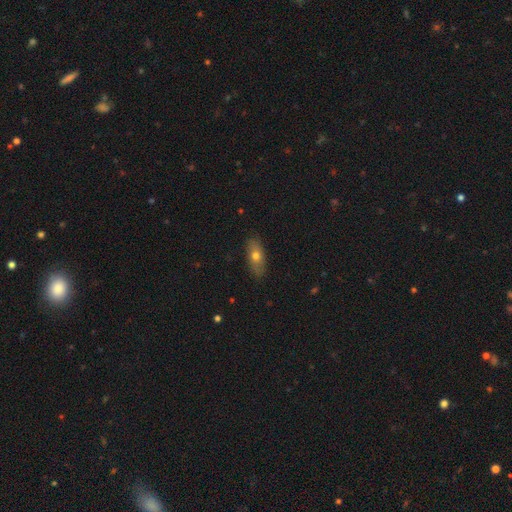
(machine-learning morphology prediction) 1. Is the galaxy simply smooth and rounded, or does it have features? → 66% smooth, 27% featured or disk, 7% star or artifact.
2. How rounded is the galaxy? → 79% in between, 16% cigar-shaped, 5% round.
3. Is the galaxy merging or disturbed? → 86% none, 11% minor disturbance, 2% major disturbance, 1% merger.